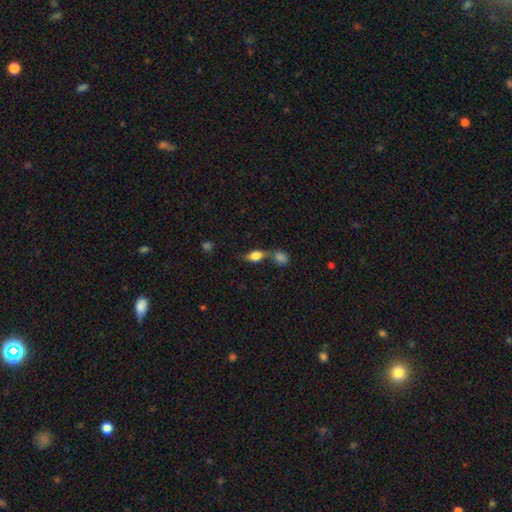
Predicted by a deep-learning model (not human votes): Overall: smooth (70%). How rounded: in between (76%). Merging: merger (43%; none 38%).